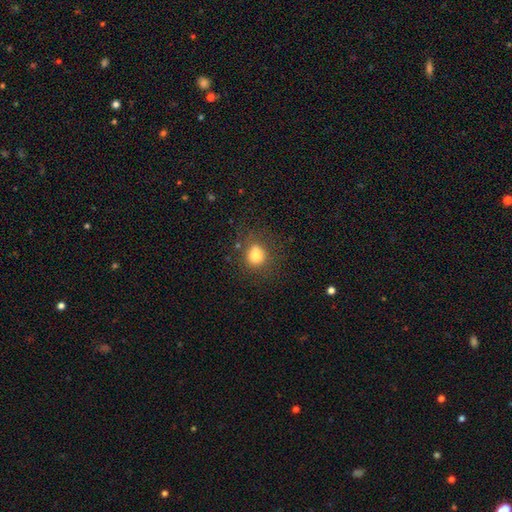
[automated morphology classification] A smooth galaxy with no disk features (78%) that is round (80%).

Vote fractions:
- Smooth or featured? smooth: 78% / star or artifact: 13% / featured or disk: 9%
- How rounded? round: 80% / in between: 19% / cigar-shaped: 1%
- Merging? none: 77% / minor disturbance: 14% / major disturbance: 6% / merger: 3%